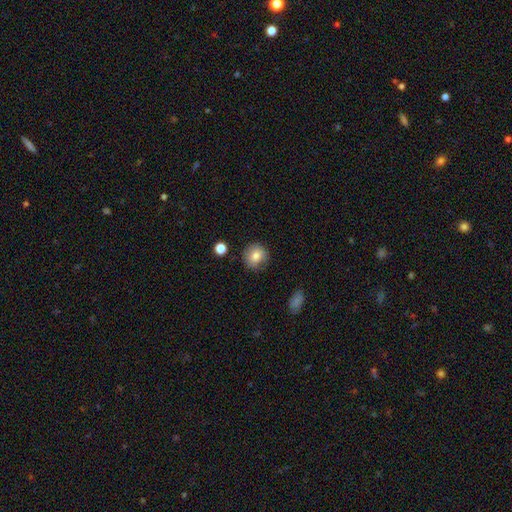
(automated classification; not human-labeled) Smooth or featured? Predicted: smooth (p=0.81). How rounded? Predicted: round (p=0.89). Merging? Predicted: none (p=0.84).